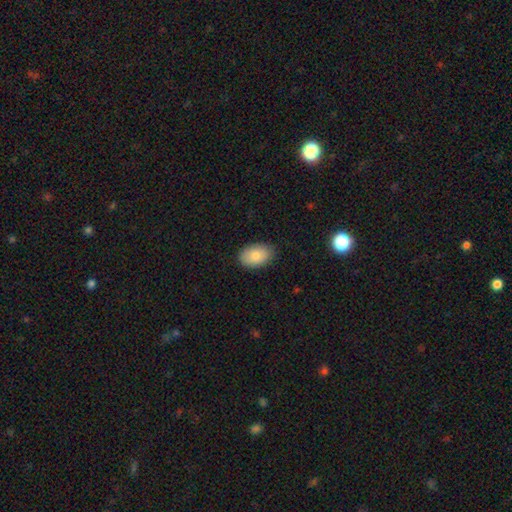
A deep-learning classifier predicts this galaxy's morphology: smooth 85%, featured or disk 9%, star or artifact 6%. Down the decision tree: how rounded — in between (90%); merging — none (85%).